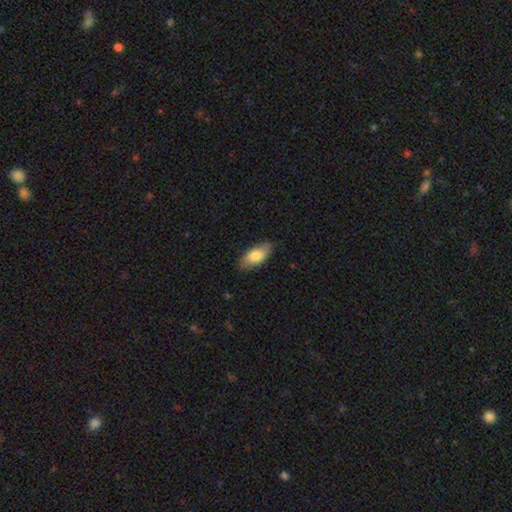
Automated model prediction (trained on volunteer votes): A smooth galaxy with no disk features (77%) that is in between round and cigar-shaped (89%). Merging: none (83%).